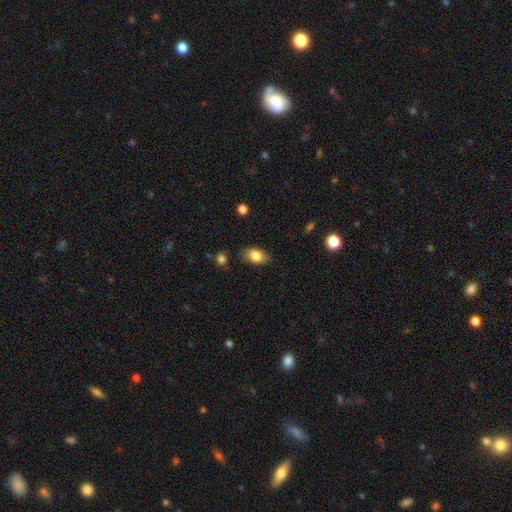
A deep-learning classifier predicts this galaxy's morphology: A smooth galaxy with no disk features (83%) that is in between round and cigar-shaped (89%). Merging: none (81%).